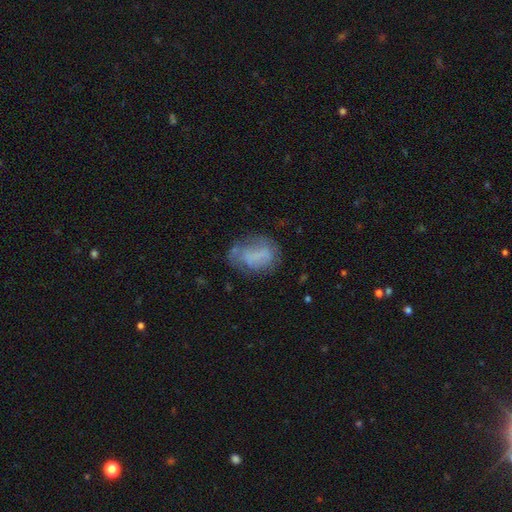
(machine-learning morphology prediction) smooth_or_featured: smooth (p=0.52) [alt: featured or disk p=0.37]
how_rounded: in between (p=0.80) [alt: round p=0.18]
merging: none (p=0.47) [alt: minor disturbance p=0.29]